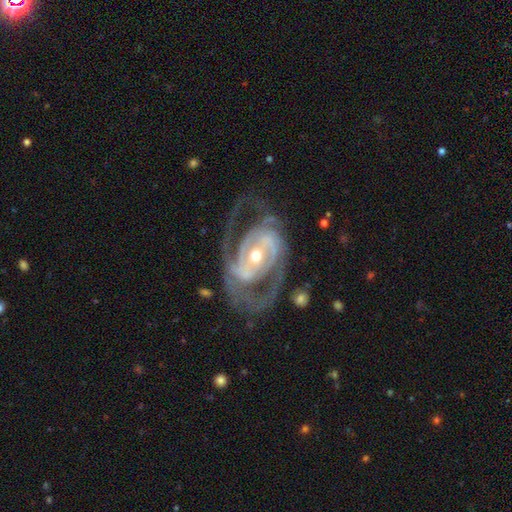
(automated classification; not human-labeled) Q: Smooth or featured?
A: featured or disk (90%); runner-up: smooth (5%)
Q: Edge-on disk?
A: no (97%); runner-up: yes (3%)
Q: Bar?
A: no (35%); tied with: weak (35%)
Q: Spiral arms?
A: yes (95%); runner-up: no (5%)
Q: Spiral winding?
A: medium (46%); runner-up: tight (39%)
Q: Spiral arm count?
A: 2 (65%); runner-up: 3 (14%)
Q: Bulge size?
A: moderate (53%); runner-up: small (41%)
Q: Merging?
A: none (60%); runner-up: major disturbance (21%)